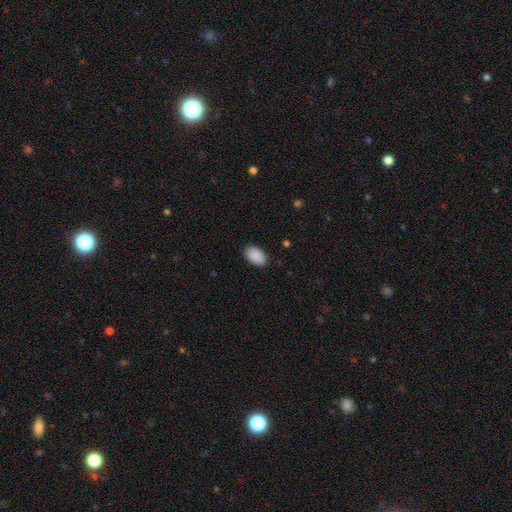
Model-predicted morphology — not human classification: smooth-or-featured: smooth: 91% | star or artifact: 6% | featured or disk: 3%
  how-rounded: in between: 94% | round: 5% | cigar-shaped: 1%
  merging: none: 89% | minor disturbance: 8% | major disturbance: 2% | merger: 1%